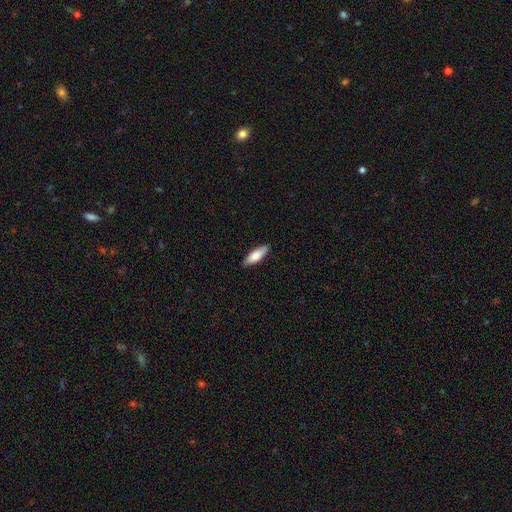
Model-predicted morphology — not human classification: Smooth or featured?
  - smooth: 77% *
  - featured or disk: 17%
  - star or artifact: 6%
How rounded?
  - in between: 54% *
  - cigar-shaped: 44%
  - round: 2%
Merging?
  - none: 84% *
  - minor disturbance: 13%
  - major disturbance: 2%
  - merger: 1%